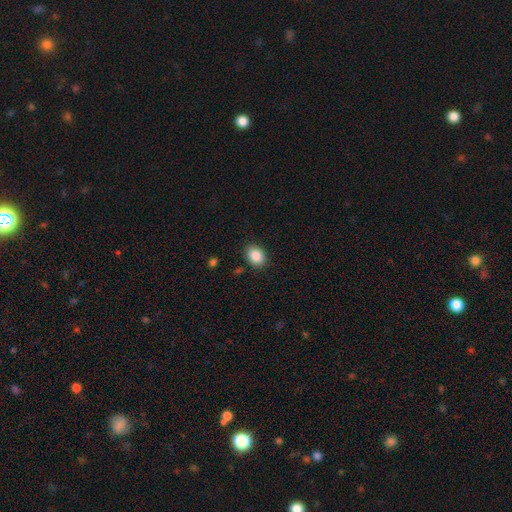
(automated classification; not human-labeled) Smooth or featured? Predicted: smooth (p=0.87). How rounded? Predicted: in between (p=0.68). Merging? Predicted: none (p=0.86).